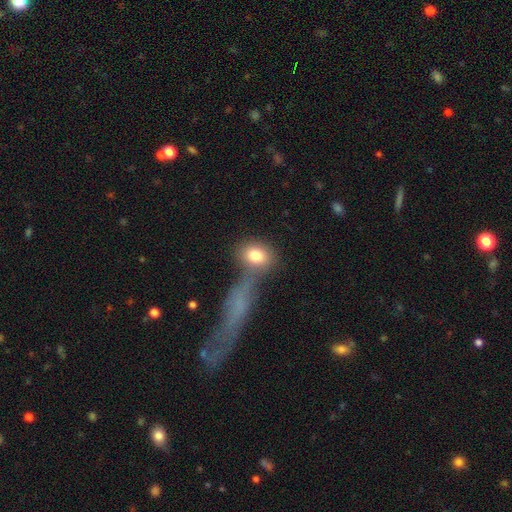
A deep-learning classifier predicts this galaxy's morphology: smooth-or-featured: smooth: 79% | featured or disk: 12% | star or artifact: 9%
  how-rounded: round: 52% | in between: 43% | cigar-shaped: 4%
  merging: none: 53% | merger: 28% | minor disturbance: 12% | major disturbance: 8%